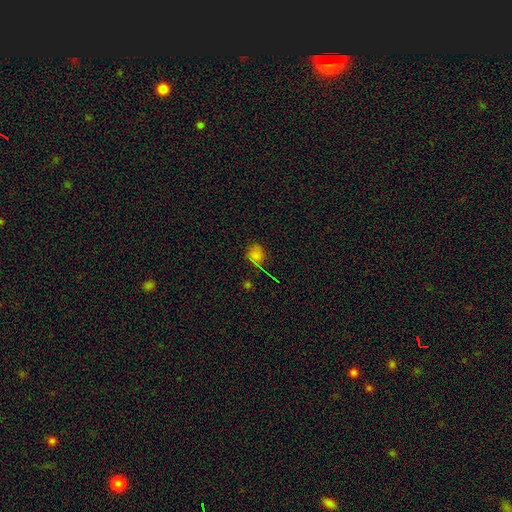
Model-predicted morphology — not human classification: Smooth or featured: smooth — 56% (star or artifact — 32%)
How rounded: round — 70% (in between — 28%)
Merging: none — 63% (minor disturbance — 20%)